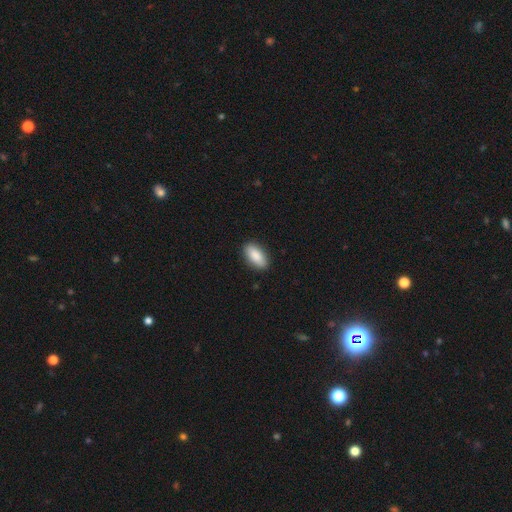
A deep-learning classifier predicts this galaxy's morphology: This is clearly a smooth galaxy (88%). How rounded: clearly in between (90%). Merging: clearly none (89%).